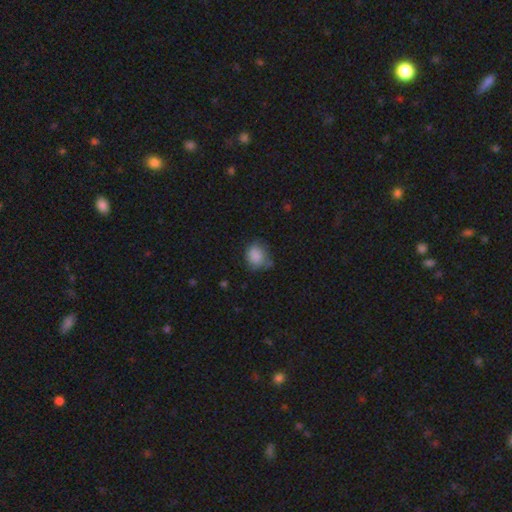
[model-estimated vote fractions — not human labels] Smooth or featured? smooth (84%)
How rounded? round (63%)
Merging? none (56%)